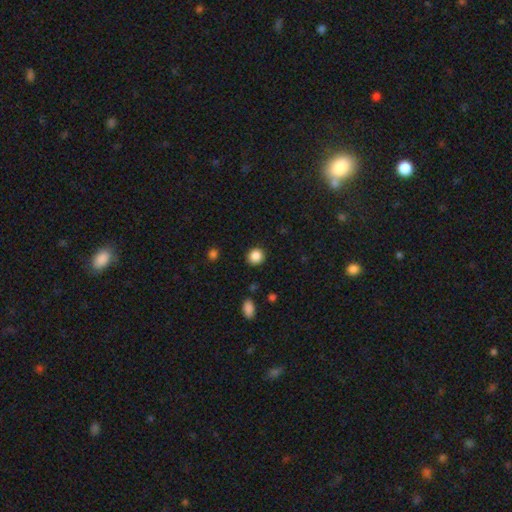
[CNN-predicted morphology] Smooth or featured? smooth (87%)
How rounded? round (89%)
Merging? none (90%)